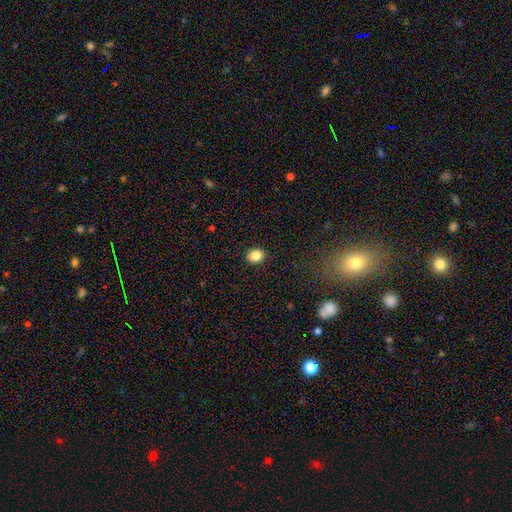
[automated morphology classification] Smooth or featured? smooth (86%)
How rounded? round (61%)
Merging? none (91%)